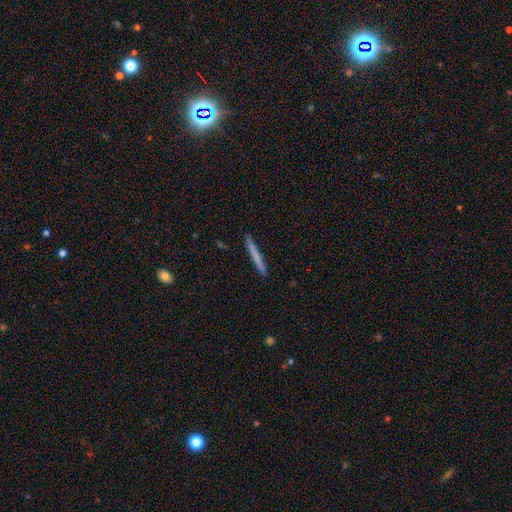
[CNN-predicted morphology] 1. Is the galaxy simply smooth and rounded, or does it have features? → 64% smooth, 30% featured or disk, 5% star or artifact.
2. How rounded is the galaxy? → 97% cigar-shaped, 2% in between, 1% round.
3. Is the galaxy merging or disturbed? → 90% none, 7% minor disturbance, 1% major disturbance, 1% merger.